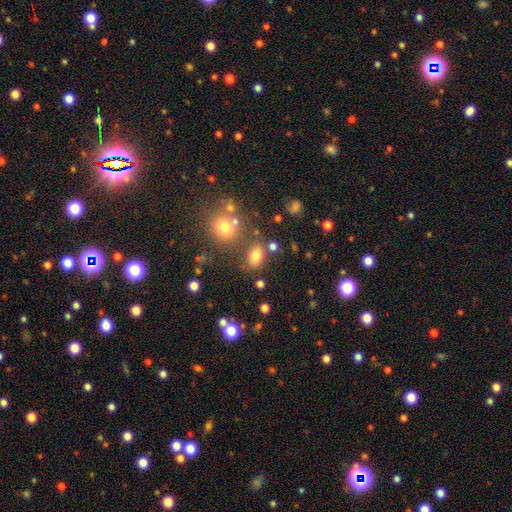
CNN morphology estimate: Smooth or featured? smooth (76%)
How rounded? in between (75%)
Merging? none (70%)